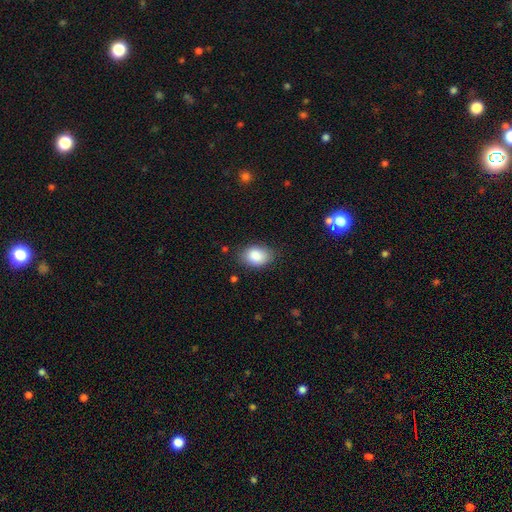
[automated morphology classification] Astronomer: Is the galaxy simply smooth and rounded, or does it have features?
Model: smooth — 86%.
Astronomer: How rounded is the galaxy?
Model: in between — 78%.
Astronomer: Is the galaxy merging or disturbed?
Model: none — 80%.